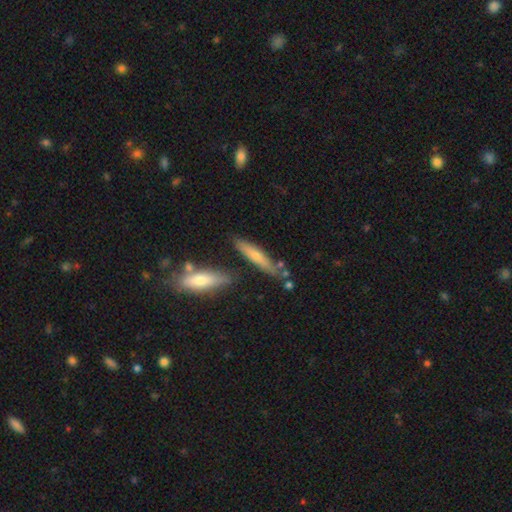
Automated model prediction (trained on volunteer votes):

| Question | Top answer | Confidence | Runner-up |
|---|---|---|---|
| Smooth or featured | smooth | 66% | featured or disk (27%) |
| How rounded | cigar-shaped | 83% | in between (15%) |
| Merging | none | 74% | minor disturbance (14%) |